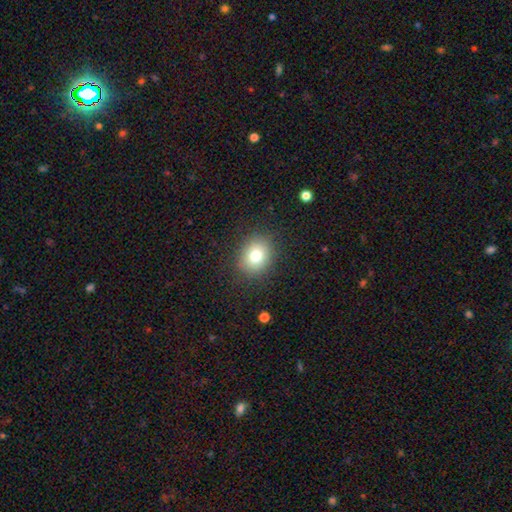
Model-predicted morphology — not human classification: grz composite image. It shows a smooth galaxy with no disk features (78%) that is round (60%). Merging: none (86%).